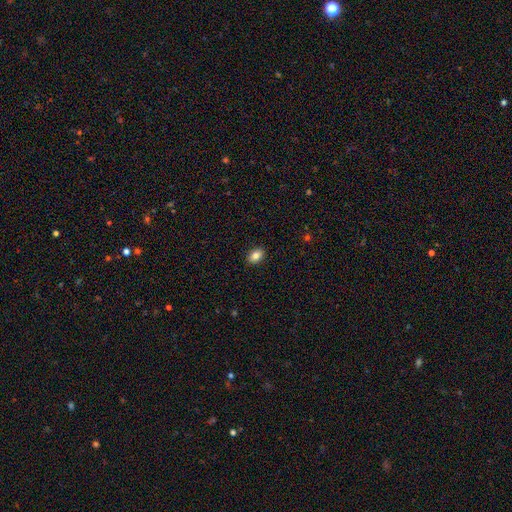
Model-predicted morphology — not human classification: smooth-or-featured: smooth: 84% | star or artifact: 8% | featured or disk: 8%
  how-rounded: in between: 85% | round: 14% | cigar-shaped: 1%
  merging: none: 90% | minor disturbance: 7% | major disturbance: 2% | merger: 1%